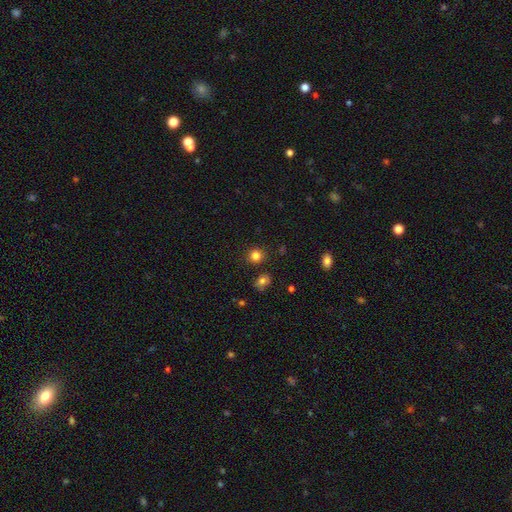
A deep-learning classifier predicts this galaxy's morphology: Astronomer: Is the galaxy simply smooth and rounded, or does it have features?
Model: smooth — 82%.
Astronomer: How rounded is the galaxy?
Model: round — 87%.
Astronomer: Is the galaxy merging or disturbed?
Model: none — 86%.